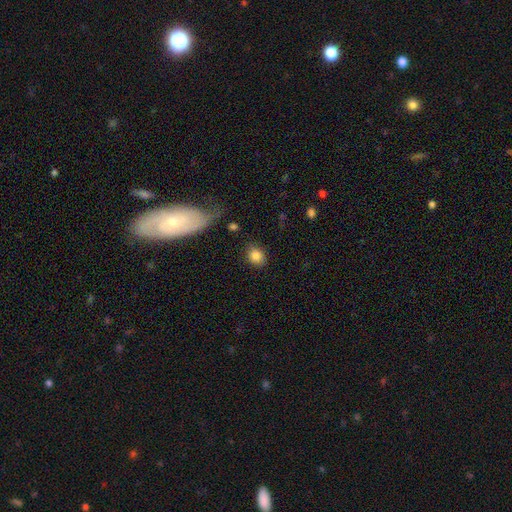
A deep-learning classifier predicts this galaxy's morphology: Q: Smooth or featured?
A: smooth (84%); runner-up: star or artifact (9%)
Q: How rounded?
A: round (55%); runner-up: in between (43%)
Q: Merging?
A: none (82%); runner-up: minor disturbance (12%)